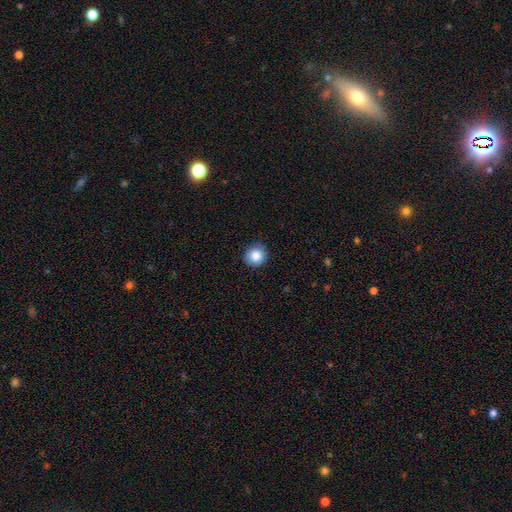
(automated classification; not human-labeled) Overall: smooth (85%). How rounded: round (88%). Merging: none (85%).